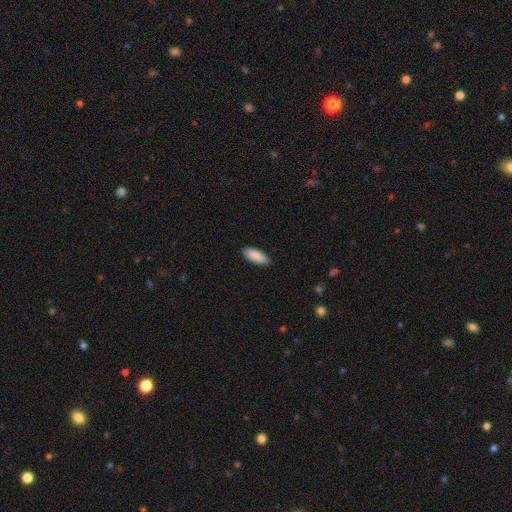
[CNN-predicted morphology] Overall: smooth (90%). How rounded: in between (79%). Merging: none (89%).